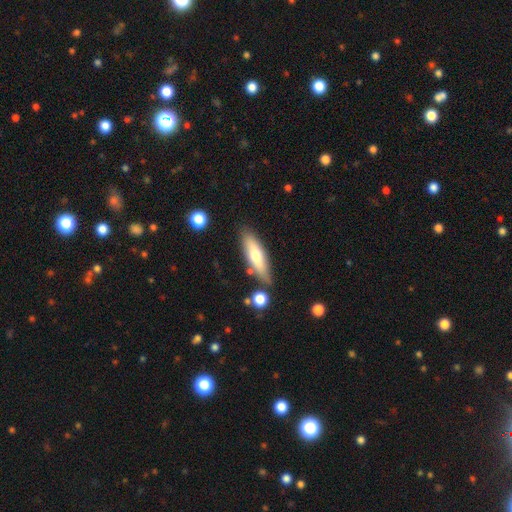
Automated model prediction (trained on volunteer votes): A smooth galaxy with no disk features (59%) that is cigar-shaped (62%).

Vote fractions:
- Smooth or featured? smooth: 59% / featured or disk: 35% / star or artifact: 6%
- How rounded? cigar-shaped: 62% / in between: 36% / round: 2%
- Merging? none: 75% / minor disturbance: 15% / merger: 7% / major disturbance: 3%